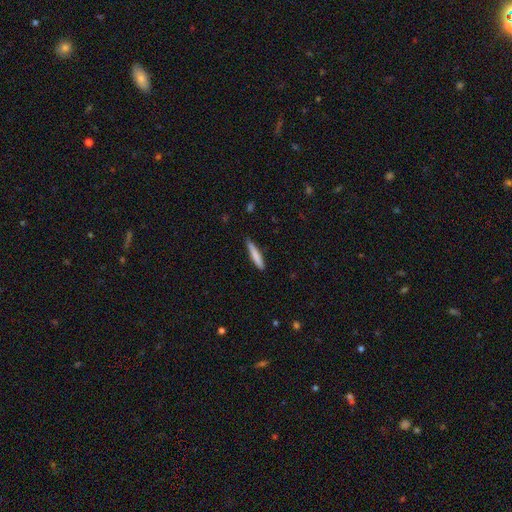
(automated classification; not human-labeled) Morphology: type=smooth (78%); roundness=cigar-shaped (92%); merging=none (82%).